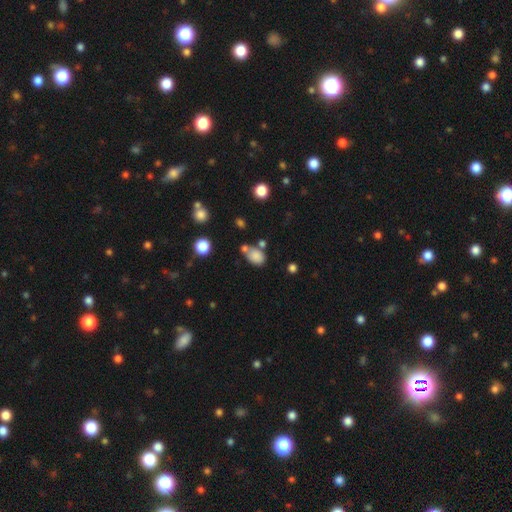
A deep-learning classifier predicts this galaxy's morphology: Smooth or featured?
  - smooth: 82% *
  - star or artifact: 11%
  - featured or disk: 7%
How rounded?
  - in between: 75% *
  - round: 24%
  - cigar-shaped: 1%
Merging?
  - none: 55% *
  - merger: 22%
  - minor disturbance: 17%
  - major disturbance: 6%